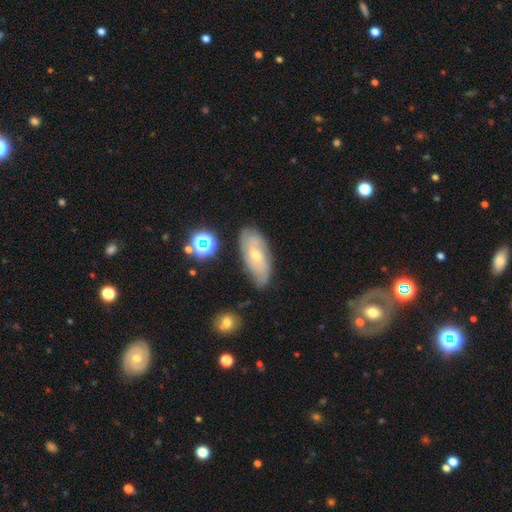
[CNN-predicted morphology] Overall: featured or disk (62%; smooth 29%). Edge-on disk: no (89%). Bar: no (60%; weak 33%). Spiral arms: yes (83%). Bulge size: small (59%; moderate 37%). Merging: none (73%).